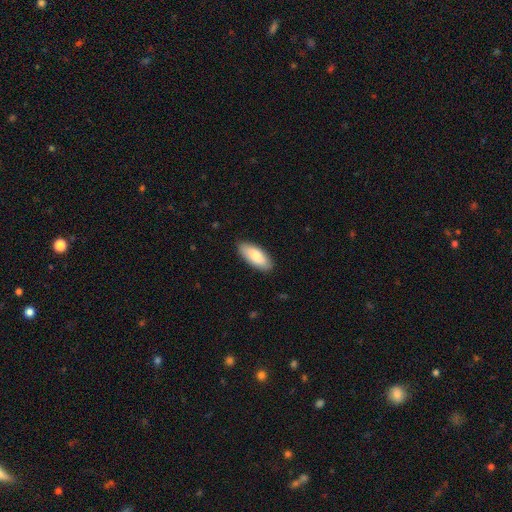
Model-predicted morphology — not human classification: smooth-or-featured: smooth: 81% | featured or disk: 14% | star or artifact: 5%
  how-rounded: in between: 84% | cigar-shaped: 15% | round: 2%
  merging: none: 88% | minor disturbance: 9% | major disturbance: 2% | merger: 1%